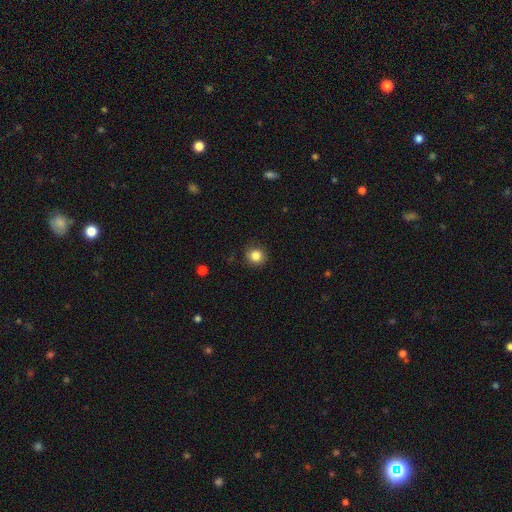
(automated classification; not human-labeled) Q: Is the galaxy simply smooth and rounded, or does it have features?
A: smooth — 84%.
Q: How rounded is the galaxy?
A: round — 87%.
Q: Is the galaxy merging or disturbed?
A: none — 84%.